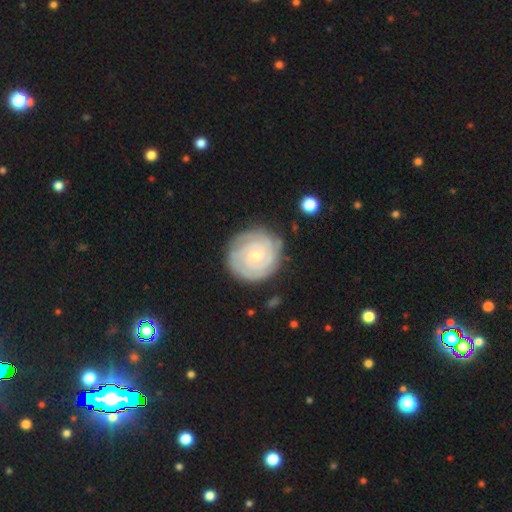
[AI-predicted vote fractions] Smooth or featured? featured or disk (81%)
Edge-on disk? no (98%)
Bar? no (71%)
Spiral arms? yes (97%)
Spiral winding? tight (87%)
Spiral arm count? can't tell (28%)
Bulge size? small (69%)
Merging? none (82%)